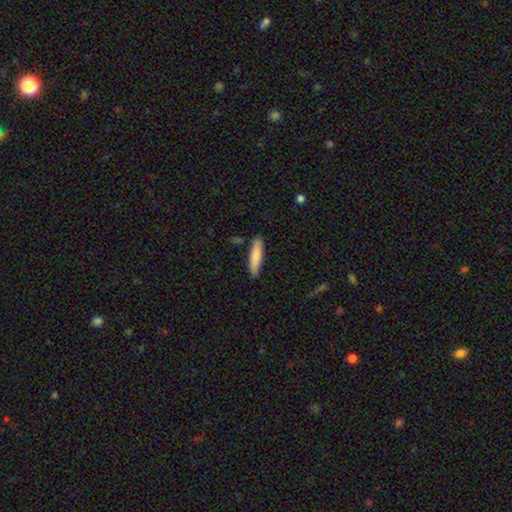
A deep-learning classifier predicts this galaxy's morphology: Q: Smooth or featured?
A: smooth (82%); runner-up: featured or disk (13%)
Q: How rounded?
A: cigar-shaped (82%); runner-up: in between (17%)
Q: Merging?
A: none (87%); runner-up: minor disturbance (9%)